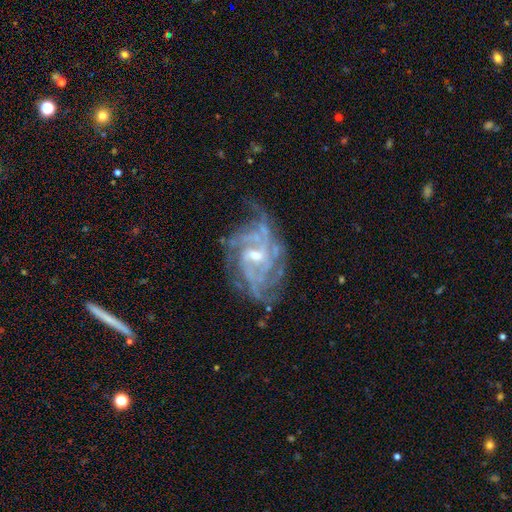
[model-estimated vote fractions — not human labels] Smooth or featured? Predicted: featured or disk (p=0.90). Edge-on disk? Predicted: no (p=0.97). Bar? Predicted: weak (p=0.52). Spiral arms? Predicted: yes (p=0.96). Spiral winding? Predicted: tight (p=0.51). Spiral arm count? Predicted: can't tell (p=0.28). Bulge size? Predicted: small (p=0.49). Merging? Predicted: none (p=0.62).